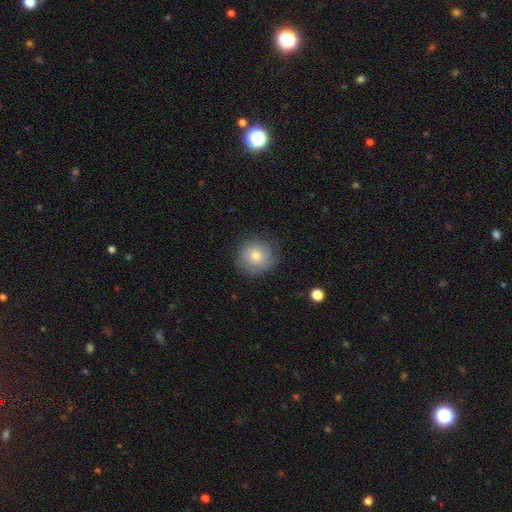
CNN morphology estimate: A smooth galaxy with no disk features (65%) that is round (90%). Merging: none (78%).